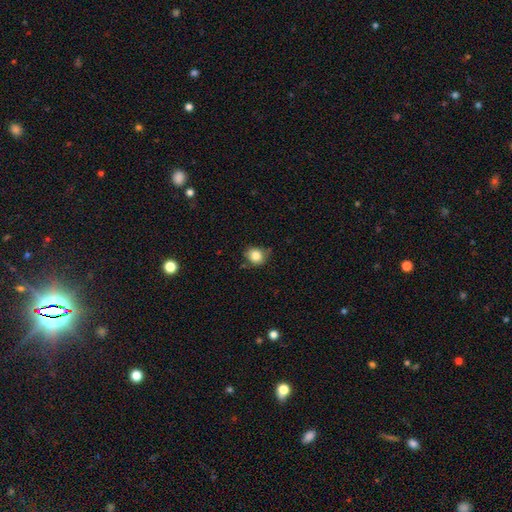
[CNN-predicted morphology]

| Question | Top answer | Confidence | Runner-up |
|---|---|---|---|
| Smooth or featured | smooth | 84% | star or artifact (9%) |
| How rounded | round | 72% | in between (27%) |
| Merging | none | 67% | minor disturbance (25%) |